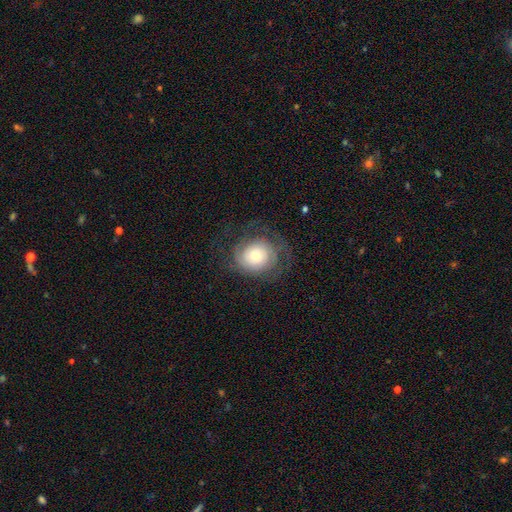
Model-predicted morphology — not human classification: Smooth or featured?
  - featured or disk: 60% *
  - smooth: 32%
  - star or artifact: 8%
Edge-on disk?
  - no: 97% *
  - yes: 3%
Bar?
  - no: 81% *
  - weak: 15%
  - strong: 3%
Spiral arms?
  - yes: 86% *
  - no: 14%
Bulge size?
  - moderate: 37% * (tied)
  - small: 37% * (tied)
  - large: 18%
  - dominant: 6%
  - none: 2%
Merging?
  - none: 67% *
  - major disturbance: 16%
  - minor disturbance: 15%
  - merger: 1%